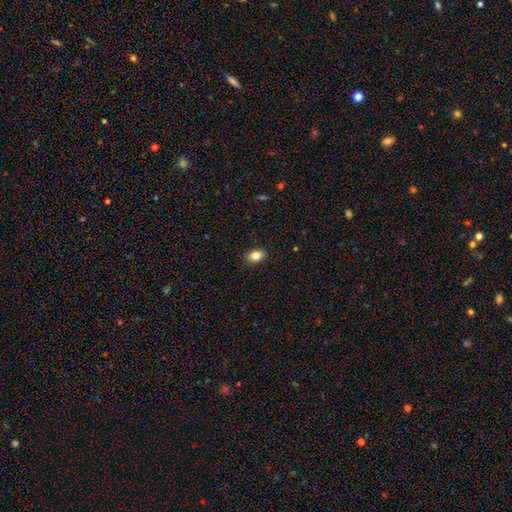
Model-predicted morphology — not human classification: smooth_or_featured: smooth (p=0.84) [alt: star or artifact p=0.09]
how_rounded: in between (p=0.82) [alt: round p=0.17]
merging: none (p=0.88) [alt: minor disturbance p=0.09]